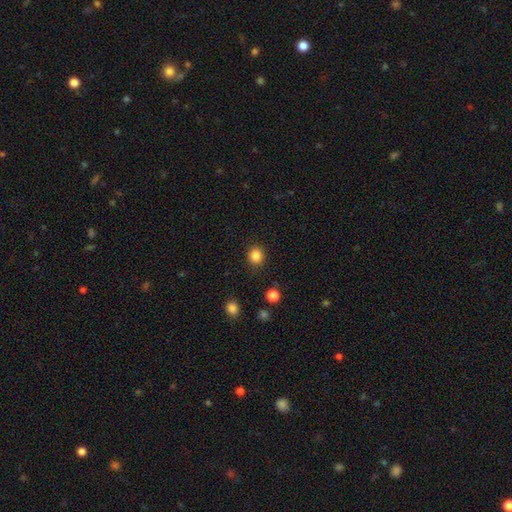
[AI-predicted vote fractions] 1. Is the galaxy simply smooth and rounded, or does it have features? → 84% smooth, 11% star or artifact, 4% featured or disk.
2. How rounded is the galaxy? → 81% round, 18% in between, 1% cigar-shaped.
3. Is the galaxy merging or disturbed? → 88% none, 8% minor disturbance, 2% major disturbance, 1% merger.